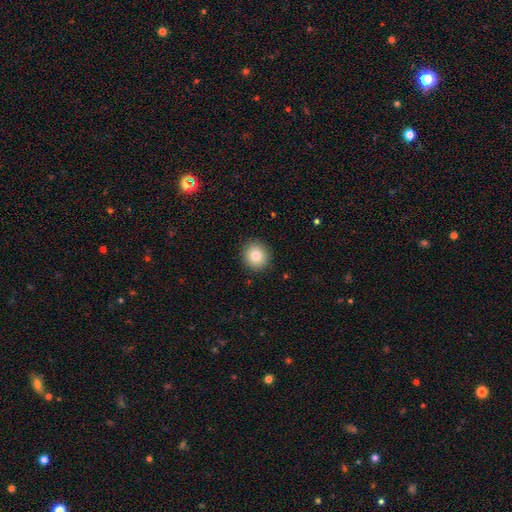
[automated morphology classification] A smooth galaxy with no disk features (82%) that is round (89%). Merging: none (91%).